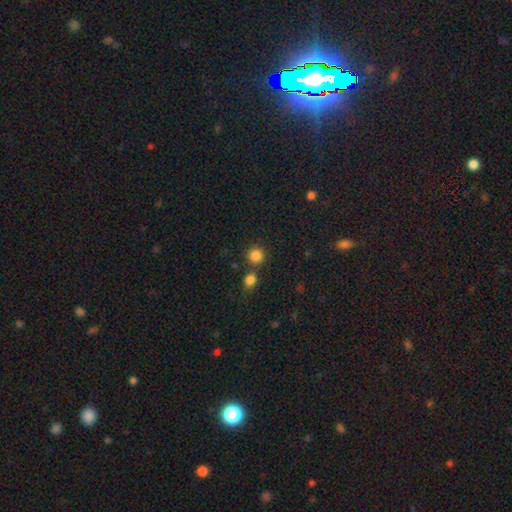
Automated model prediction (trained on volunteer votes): smooth 84%, star or artifact 12%, featured or disk 4%. Down the decision tree: how rounded — round (89%); merging — none (72%).